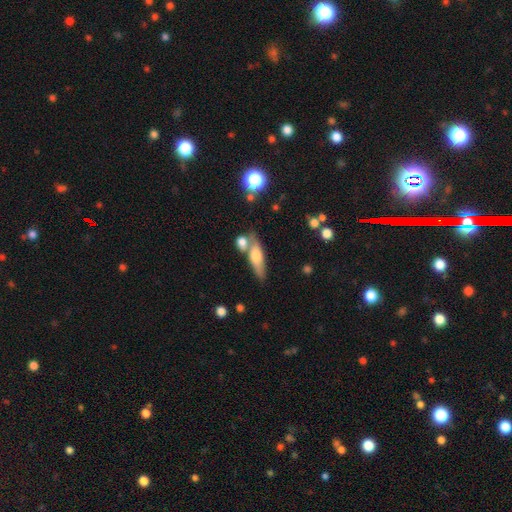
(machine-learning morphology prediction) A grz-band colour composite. It shows a smooth galaxy with no disk features (60%) that is cigar-shaped (50%). Merging: none (50%).